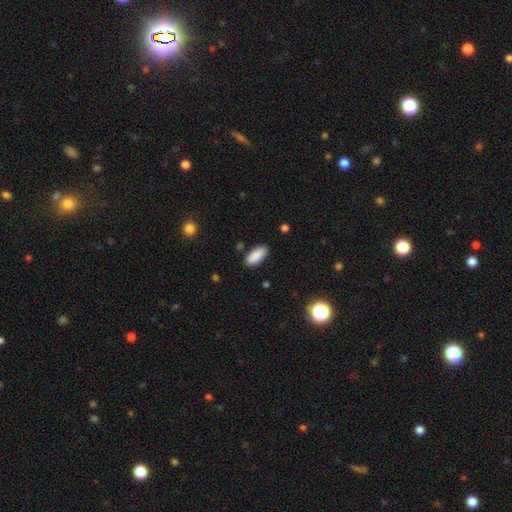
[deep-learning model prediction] Morphology: type=smooth (89%); roundness=in between (89%); merging=none (87%).